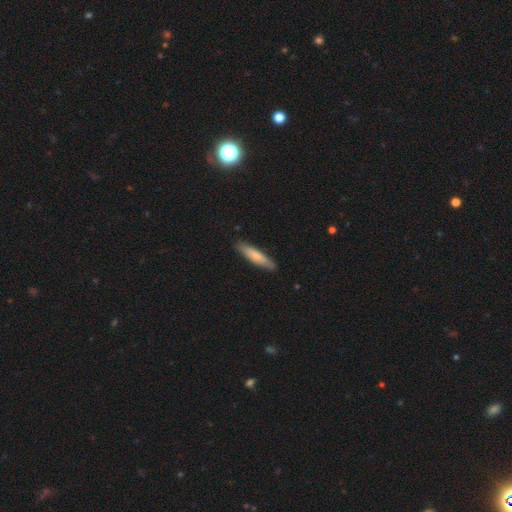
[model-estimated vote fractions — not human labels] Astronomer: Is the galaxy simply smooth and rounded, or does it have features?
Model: smooth — 73%.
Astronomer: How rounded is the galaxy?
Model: cigar-shaped — 86%.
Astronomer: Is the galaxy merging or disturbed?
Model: none — 89%.